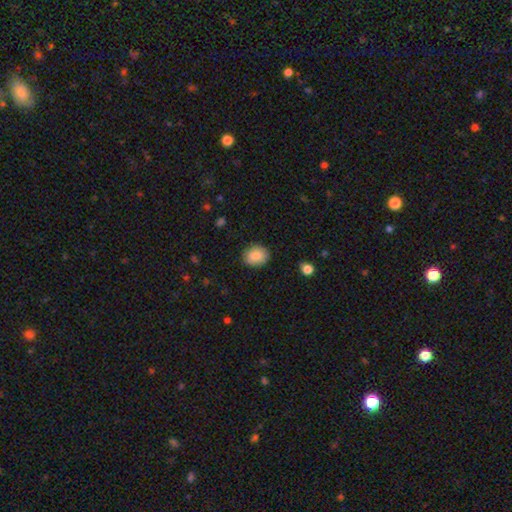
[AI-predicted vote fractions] This appears to be a smooth galaxy with no disk features (86%) that is in between round and cigar-shaped (50%). Merging: none (83%).